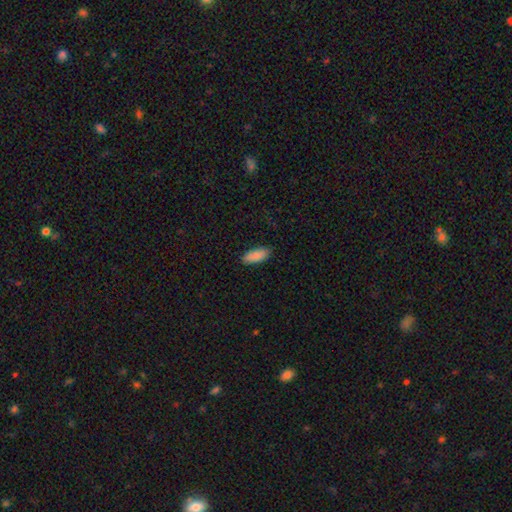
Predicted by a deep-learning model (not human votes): smooth 90%, star or artifact 6%, featured or disk 4%. Down the decision tree: how rounded — in between (78%); merging — none (88%).